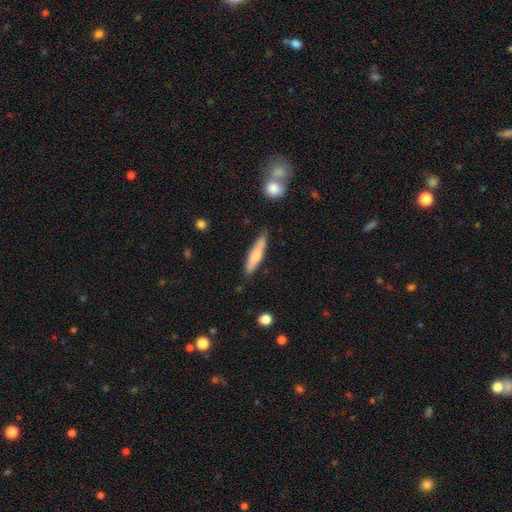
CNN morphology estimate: A smooth galaxy with no disk features (66%) that is cigar-shaped (82%).

Vote fractions:
- Smooth or featured? smooth: 66% / featured or disk: 28% / star or artifact: 6%
- How rounded? cigar-shaped: 82% / in between: 16% / round: 2%
- Merging? none: 74% / minor disturbance: 20% / major disturbance: 3% / merger: 3%